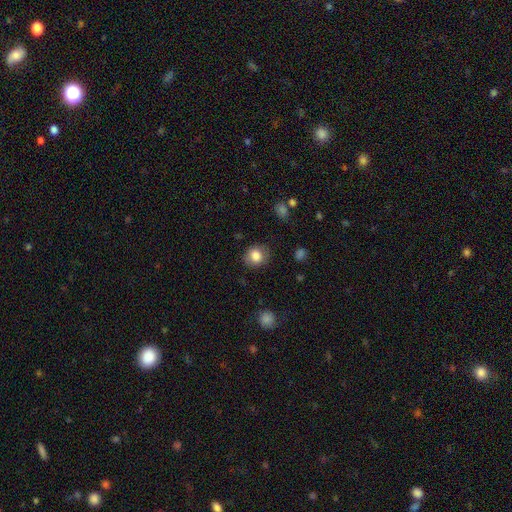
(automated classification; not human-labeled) A smooth galaxy with no disk features (83%) that is round (73%).

Vote fractions:
- Smooth or featured? smooth: 83% / star or artifact: 9% / featured or disk: 8%
- How rounded? round: 73% / in between: 27% / cigar-shaped: 1%
- Merging? none: 83% / minor disturbance: 12% / major disturbance: 4% / merger: 1%